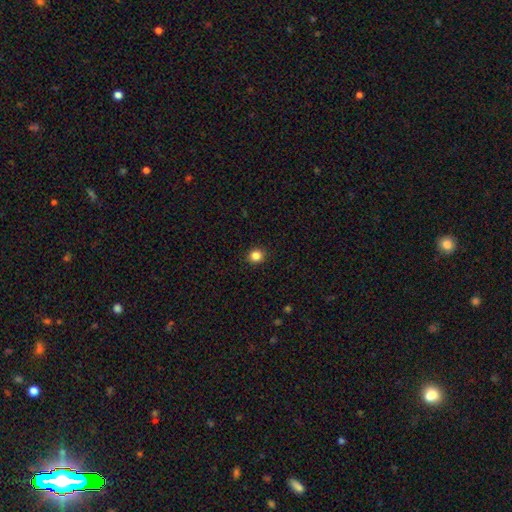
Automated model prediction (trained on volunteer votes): Overall: smooth (85%). How rounded: round (89%). Merging: none (93%).